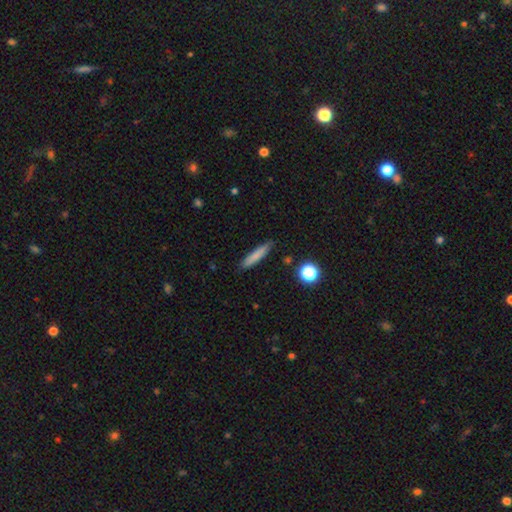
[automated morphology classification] The model was most divided on "smooth or featured": smooth: 78%, featured or disk: 14%, star or artifact: 8%. More confident: how rounded — cigar-shaped (88%); merging — none (86%).